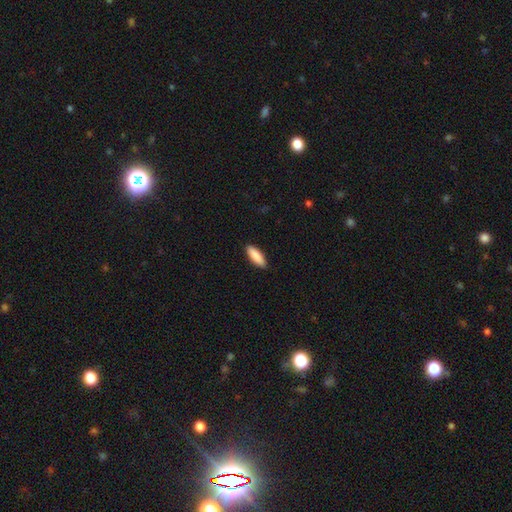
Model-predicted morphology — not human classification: A smooth galaxy with no disk features (89%) that is in between round and cigar-shaped (56%).

Vote fractions:
- Smooth or featured? smooth: 89% / featured or disk: 6% / star or artifact: 5%
- How rounded? in between: 56% / cigar-shaped: 42% / round: 2%
- Merging? none: 89% / minor disturbance: 8% / major disturbance: 2% / merger: 1%